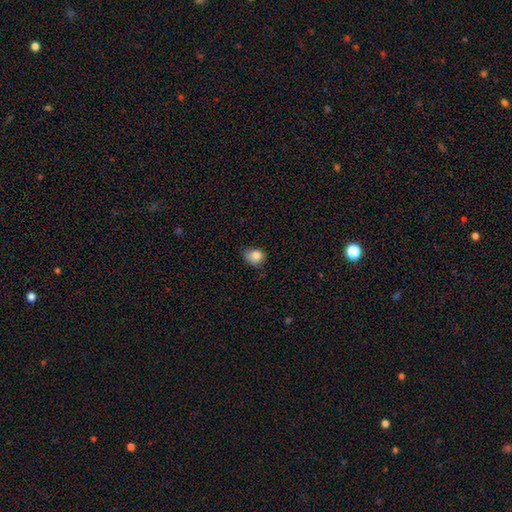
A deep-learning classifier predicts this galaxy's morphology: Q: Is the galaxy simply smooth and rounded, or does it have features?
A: smooth — 83%.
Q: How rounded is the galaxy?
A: round — 59%.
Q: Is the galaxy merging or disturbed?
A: none — 54%.